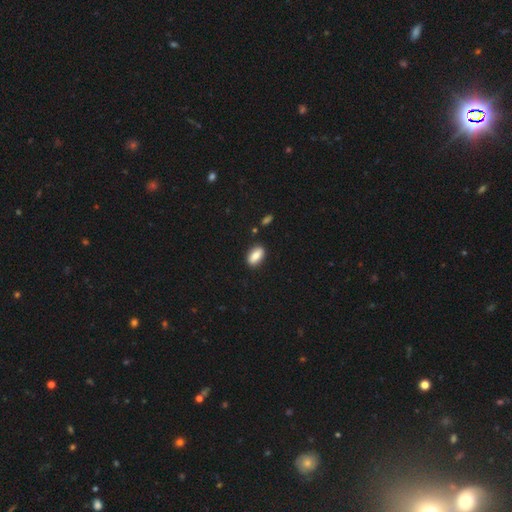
Smooth or featured? 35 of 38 (92%) said smooth. How rounded? 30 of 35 (86%) said in between. Merging? 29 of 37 (78%) said none.